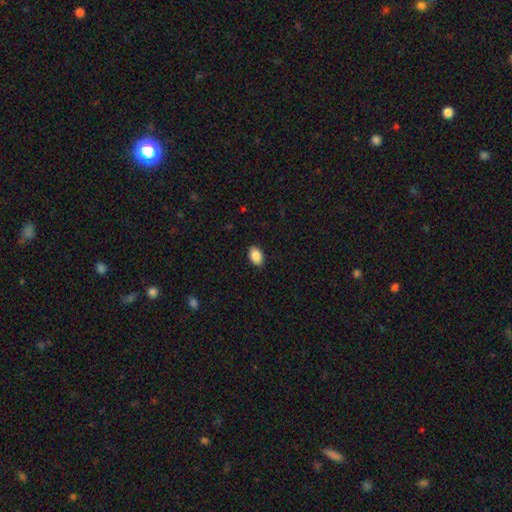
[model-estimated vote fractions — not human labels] Q: Smooth or featured?
A: smooth (88%); runner-up: star or artifact (8%)
Q: How rounded?
A: in between (87%); runner-up: round (11%)
Q: Merging?
A: none (88%); runner-up: minor disturbance (9%)